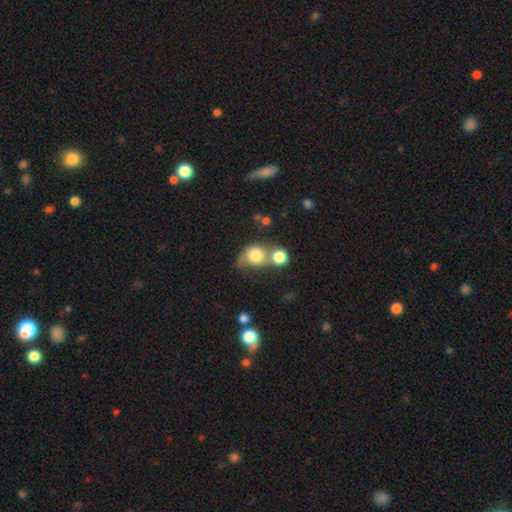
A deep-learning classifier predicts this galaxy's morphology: Smooth or featured?
  - smooth: 72% *
  - featured or disk: 18%
  - star or artifact: 10%
How rounded?
  - round: 64% *
  - in between: 35%
  - cigar-shaped: 1%
Merging?
  - merger: 50% *
  - none: 25%
  - minor disturbance: 13%
  - major disturbance: 11%